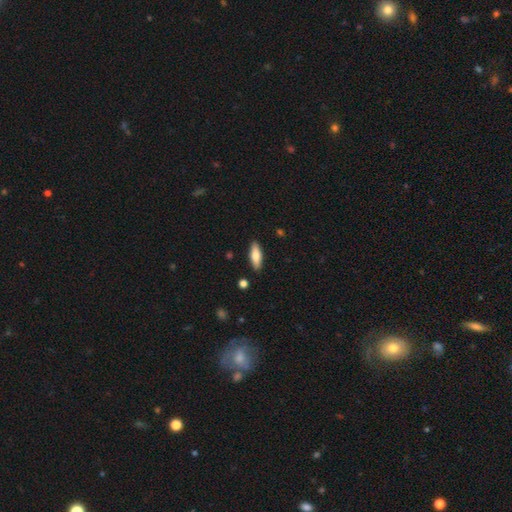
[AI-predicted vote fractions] The model was most divided on "how rounded": in between: 59%, cigar-shaped: 38%, round: 2%. More confident: merging — none (88%); smooth or featured — smooth (73%).